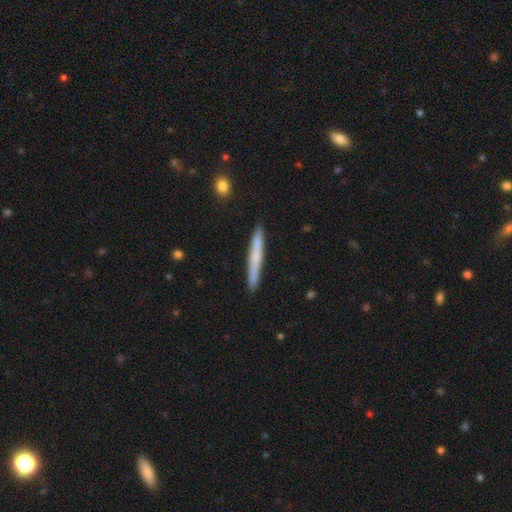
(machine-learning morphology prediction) A smooth galaxy with no disk features (59%) that is cigar-shaped (97%). Merging: none (88%).